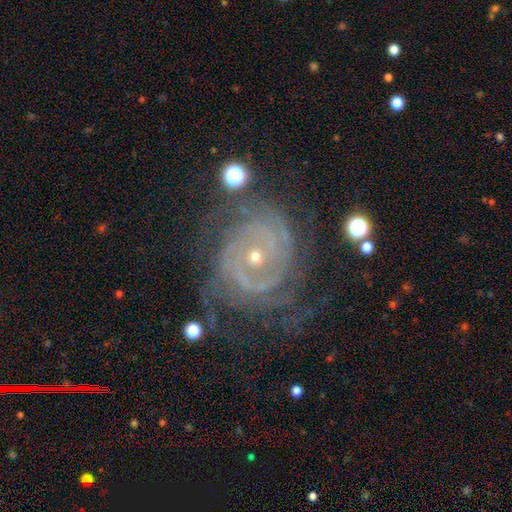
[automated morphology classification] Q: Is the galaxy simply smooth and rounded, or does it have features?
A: featured or disk — 87%.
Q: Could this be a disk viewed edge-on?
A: no — 97%.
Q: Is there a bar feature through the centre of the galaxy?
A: no — 69%.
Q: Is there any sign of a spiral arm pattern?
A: yes — 96%.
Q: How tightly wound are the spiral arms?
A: tight — 76%.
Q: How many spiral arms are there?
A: can't tell — 27%, tied with 2.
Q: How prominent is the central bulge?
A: small — 71%.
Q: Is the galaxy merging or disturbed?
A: none — 65%.